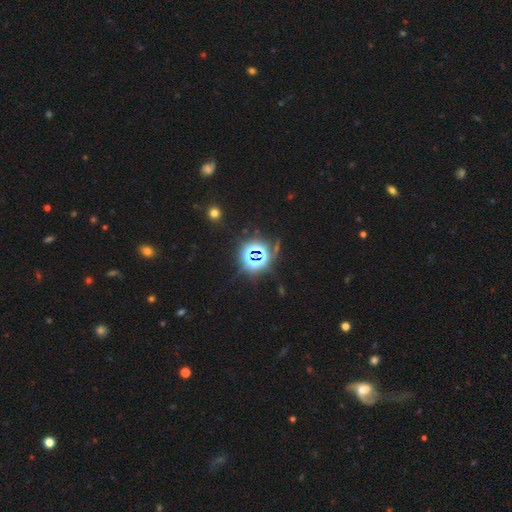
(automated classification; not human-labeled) This appears to be a star or artifact, not a galaxy (81%).